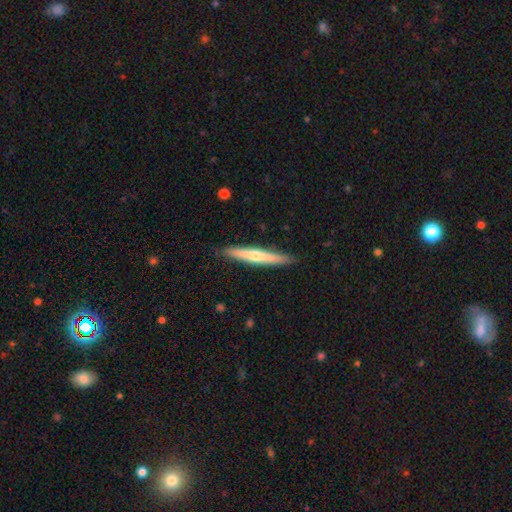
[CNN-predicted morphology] Smooth or featured: featured or disk — 52% (smooth — 43%)
Edge-on disk: yes — 96% (no — 4%)
Merging: none — 91% (minor disturbance — 7%)